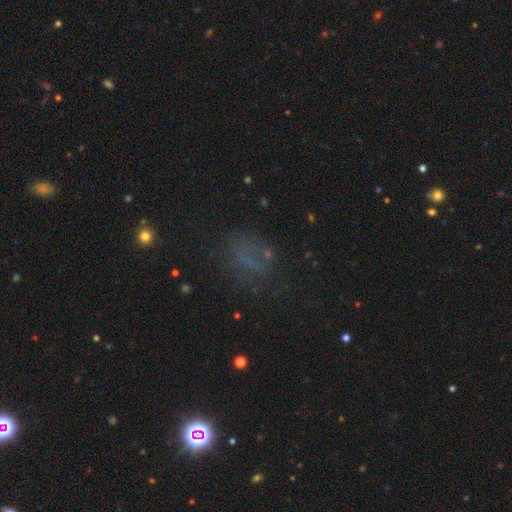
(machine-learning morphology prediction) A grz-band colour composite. It shows a smooth galaxy with no disk features (40%). Merging: none (56%).